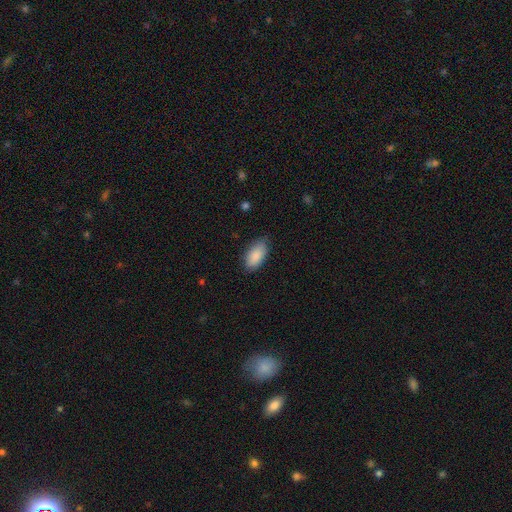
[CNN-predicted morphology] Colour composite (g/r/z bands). It shows a smooth galaxy with no disk features (89%) that is in between round and cigar-shaped (93%). Merging: none (78%).